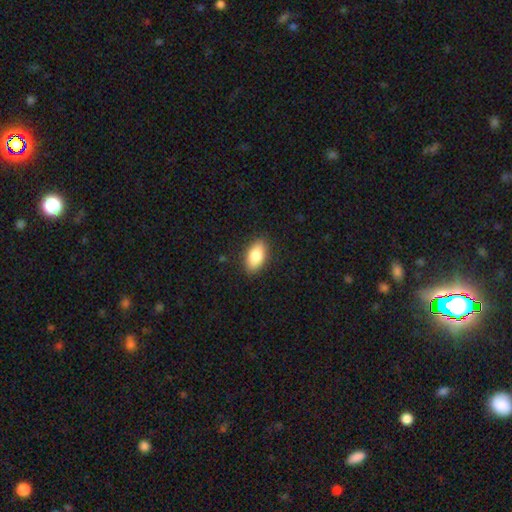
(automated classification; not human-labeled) smooth 85%, featured or disk 9%, star or artifact 7%. Down the decision tree: how rounded — in between (91%); merging — none (88%).